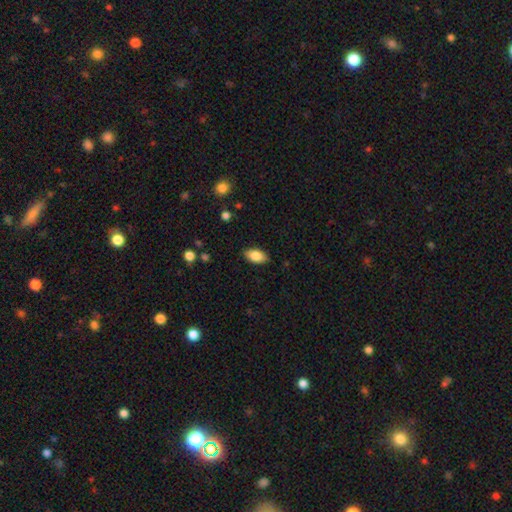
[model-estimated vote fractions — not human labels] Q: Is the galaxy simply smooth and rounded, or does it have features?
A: smooth — 84%.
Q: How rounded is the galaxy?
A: in between — 92%.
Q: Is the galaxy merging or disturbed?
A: none — 86%.